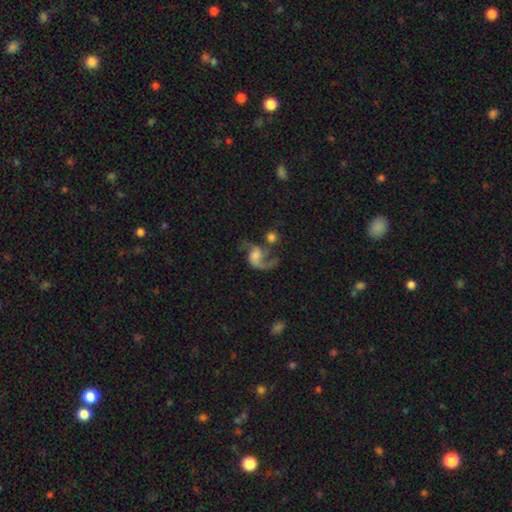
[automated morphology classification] Q: Smooth or featured?
A: featured or disk (79%); runner-up: smooth (13%)
Q: Edge-on disk?
A: no (98%); runner-up: yes (2%)
Q: Bar?
A: no (60%); runner-up: weak (33%)
Q: Spiral arms?
A: yes (93%); runner-up: no (7%)
Q: Spiral winding?
A: loose (72%); runner-up: medium (24%)
Q: Spiral arm count?
A: 2 (71%); runner-up: 1 (24%)
Q: Bulge size?
A: moderate (31%); runner-up: small (24%)
Q: Merging?
A: none (34%); runner-up: major disturbance (29%)